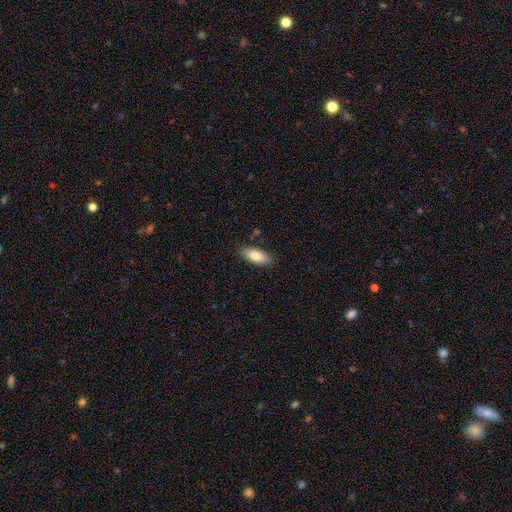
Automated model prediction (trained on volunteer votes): Smooth or featured? Predicted: smooth (p=0.81). How rounded? Predicted: in between (p=0.82). Merging? Predicted: none (p=0.86).